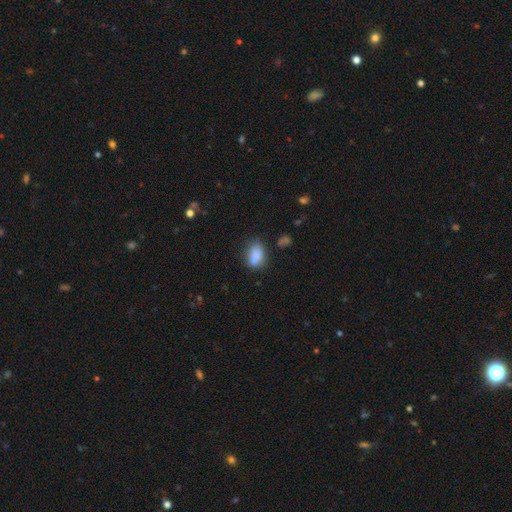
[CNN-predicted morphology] Q: Smooth or featured?
A: smooth (85%); runner-up: star or artifact (9%)
Q: How rounded?
A: in between (86%); runner-up: round (11%)
Q: Merging?
A: none (65%); runner-up: minor disturbance (23%)